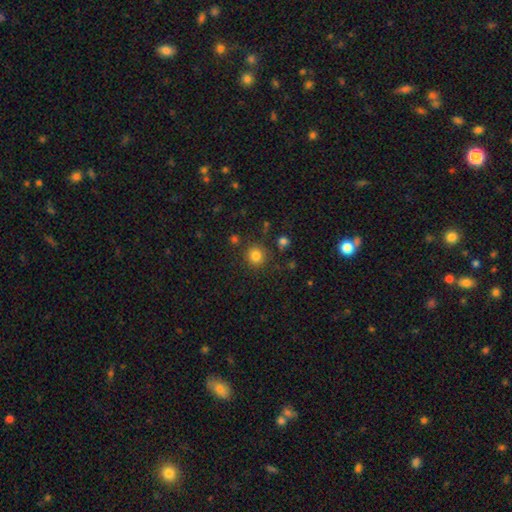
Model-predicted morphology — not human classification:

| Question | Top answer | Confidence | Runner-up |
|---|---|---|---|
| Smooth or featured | smooth | 82% | star or artifact (13%) |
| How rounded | round | 91% | in between (8%) |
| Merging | none | 84% | minor disturbance (8%) |